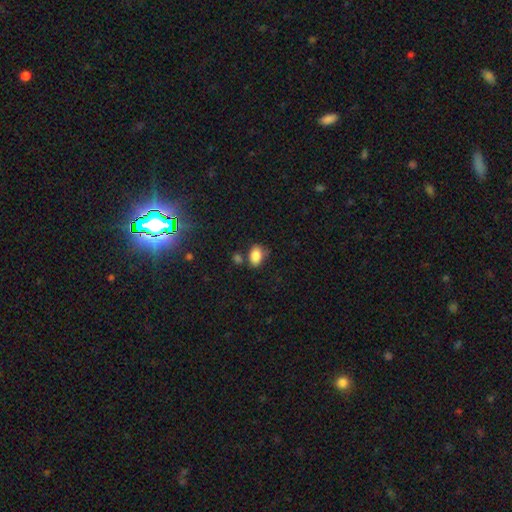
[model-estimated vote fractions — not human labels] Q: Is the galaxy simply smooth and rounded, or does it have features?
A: smooth — 85%.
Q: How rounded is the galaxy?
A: in between — 81%.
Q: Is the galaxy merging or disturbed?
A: none — 63%.